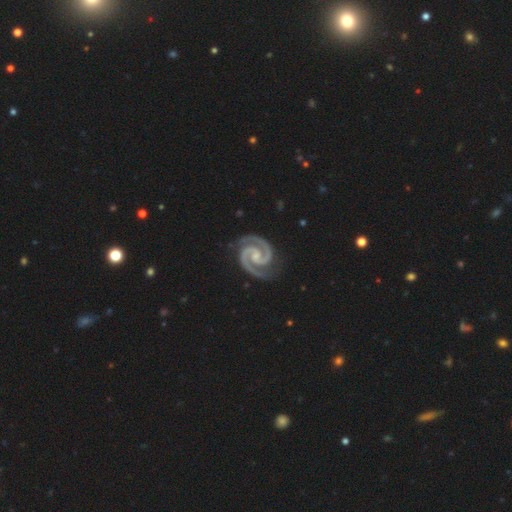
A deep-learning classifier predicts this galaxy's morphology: A featured or disk galaxy (95%) with no bar (45%), 2 (95%) tight (57%) spiral arms (99%) and a small central bulge (49%). Merging: none (84%).